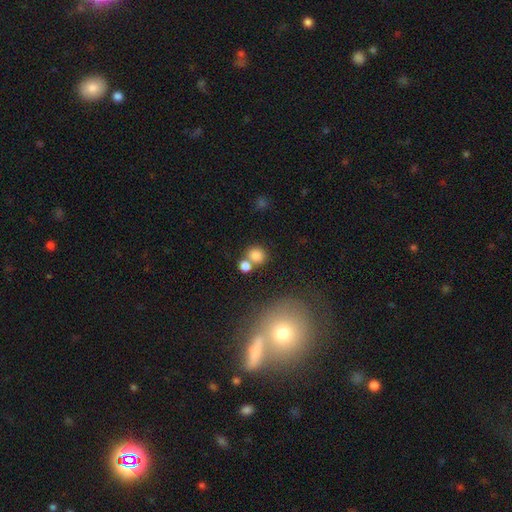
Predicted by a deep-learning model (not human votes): A smooth galaxy with no disk features (81%) that is round (77%).

Vote fractions:
- Smooth or featured? smooth: 81% / star or artifact: 12% / featured or disk: 8%
- How rounded? round: 77% / in between: 22% / cigar-shaped: 1%
- Merging? none: 51% / merger: 34% / minor disturbance: 9% / major disturbance: 5%